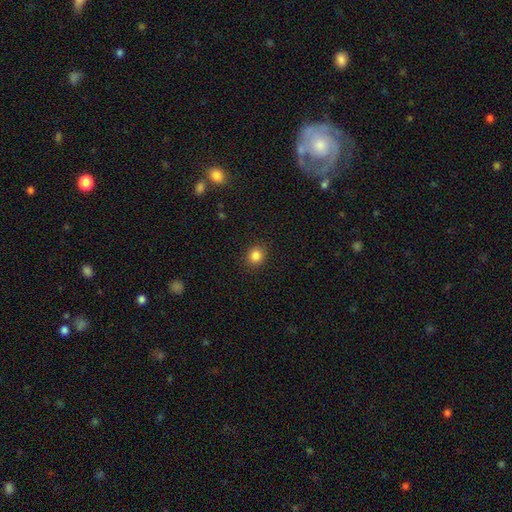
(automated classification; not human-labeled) Smooth or featured? smooth (85%)
How rounded? round (78%)
Merging? none (89%)